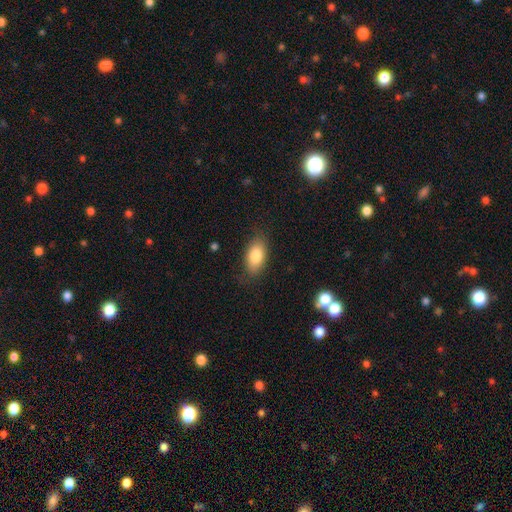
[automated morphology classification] Smooth or featured? Predicted: smooth (p=0.82). How rounded? Predicted: in between (p=0.90). Merging? Predicted: none (p=0.81).